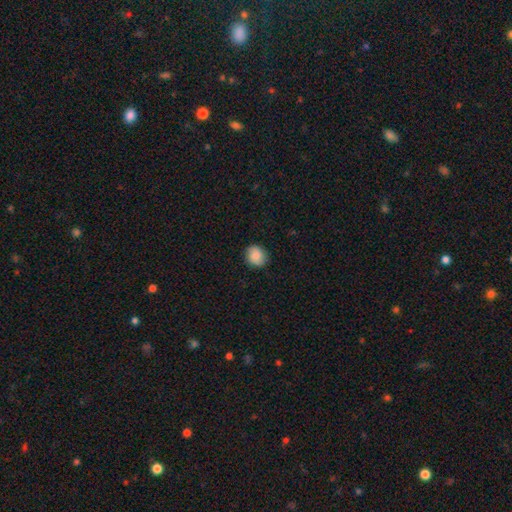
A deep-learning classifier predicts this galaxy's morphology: smooth_or_featured: smooth (p=0.85) [alt: star or artifact p=0.08]
how_rounded: round (p=0.75) [alt: in between p=0.24]
merging: none (p=0.86) [alt: minor disturbance p=0.10]